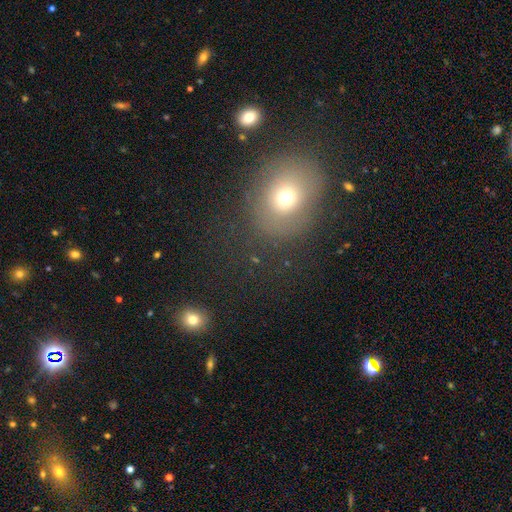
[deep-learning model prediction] This is possibly a smooth galaxy (60%). How rounded: possibly round (59%). Merging: likely none (79%).